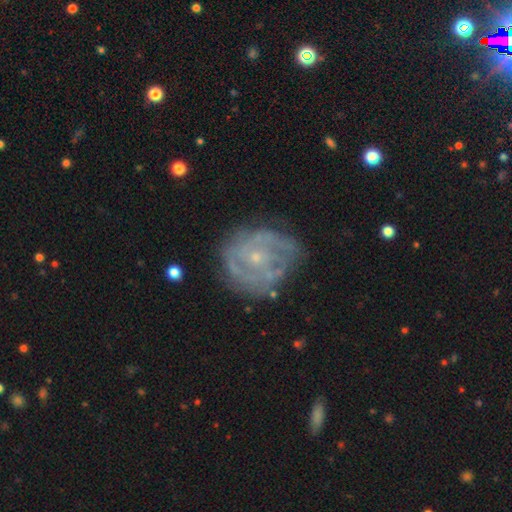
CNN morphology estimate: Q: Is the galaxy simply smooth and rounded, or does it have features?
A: featured or disk — 80%.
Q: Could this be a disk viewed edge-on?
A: no — 98%.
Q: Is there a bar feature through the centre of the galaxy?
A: no — 75%.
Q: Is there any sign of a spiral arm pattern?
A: yes — 83%.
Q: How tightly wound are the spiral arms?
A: tight — 63%.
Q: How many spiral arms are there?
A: can't tell — 39%.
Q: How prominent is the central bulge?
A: small — 78%.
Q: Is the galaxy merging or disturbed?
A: none — 69%.